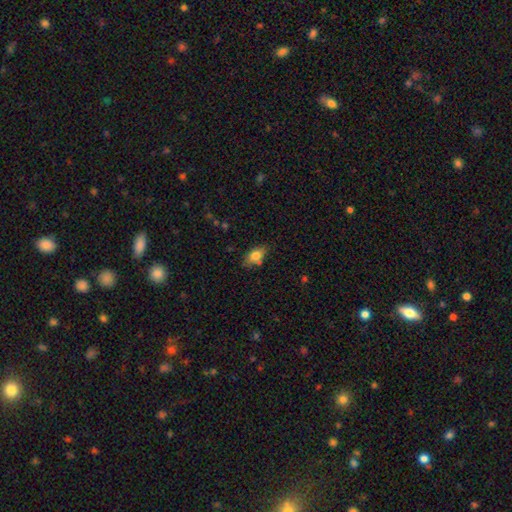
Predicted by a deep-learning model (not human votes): smooth 79%, featured or disk 13%, star or artifact 8%. Down the decision tree: how rounded — in between (84%); merging — none (71%).